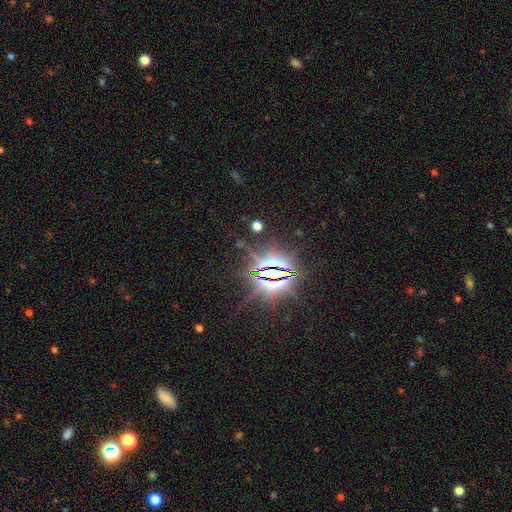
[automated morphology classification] A star or artifact, not a galaxy (85%).